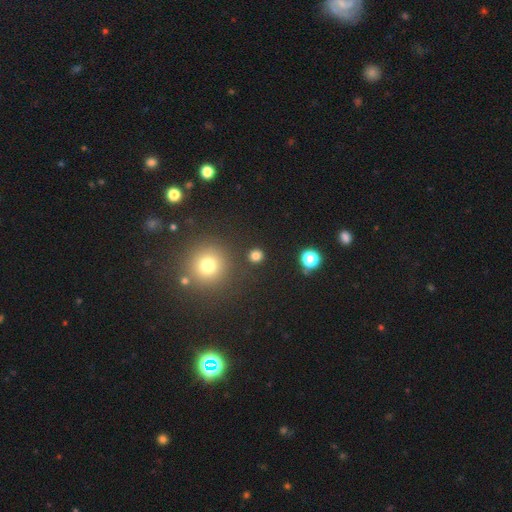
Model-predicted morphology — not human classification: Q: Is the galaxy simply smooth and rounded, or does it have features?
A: smooth — 78%.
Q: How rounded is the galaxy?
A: round — 92%.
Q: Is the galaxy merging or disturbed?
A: none — 89%.